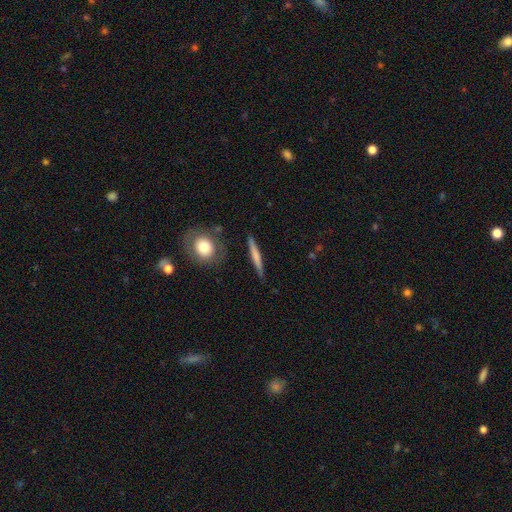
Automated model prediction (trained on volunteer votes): The model was most divided on "smooth or featured": smooth: 57%, featured or disk: 37%, star or artifact: 6%. More confident: how rounded — cigar-shaped (93%); merging — none (86%).